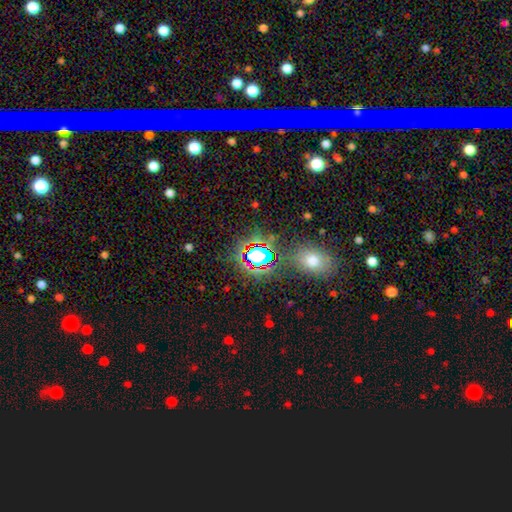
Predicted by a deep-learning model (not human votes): smooth_or_featured: star or artifact (p=0.63) [alt: smooth p=0.27]